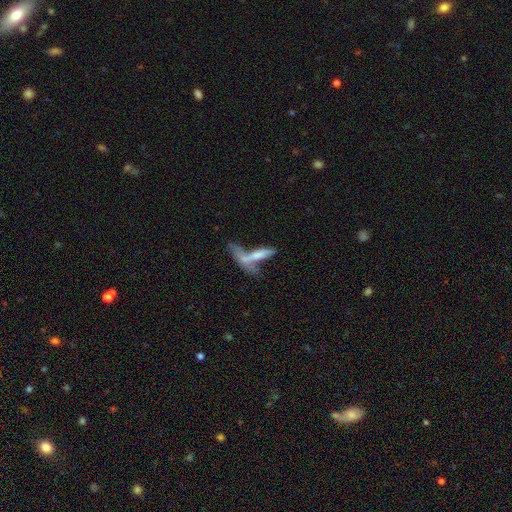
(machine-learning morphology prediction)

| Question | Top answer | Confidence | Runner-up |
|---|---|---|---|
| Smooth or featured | smooth | 52% | featured or disk (37%) |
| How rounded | cigar-shaped | 68% | in between (29%) |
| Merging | merger | 55% | none (20%) |